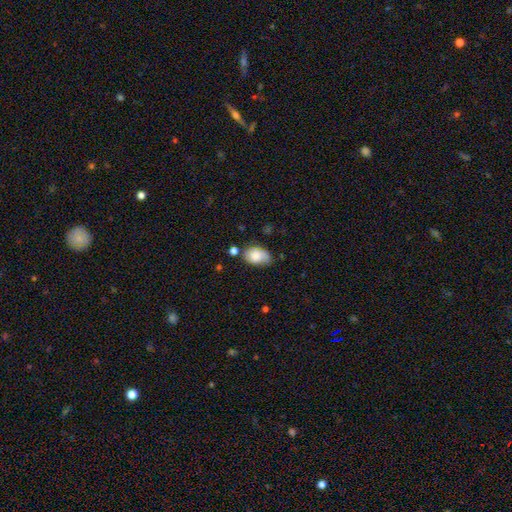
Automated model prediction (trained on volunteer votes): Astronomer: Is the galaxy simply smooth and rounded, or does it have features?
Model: smooth — 75%.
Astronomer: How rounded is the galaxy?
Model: in between — 88%.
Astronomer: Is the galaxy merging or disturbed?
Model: none — 58%.